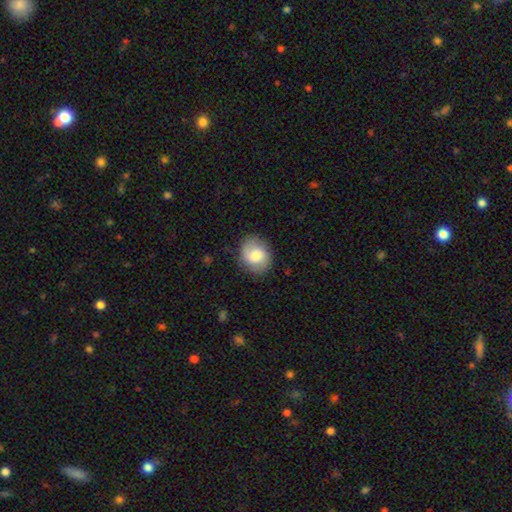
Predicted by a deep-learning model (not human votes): smooth 70%, featured or disk 23%, star or artifact 7%. Down the decision tree: how rounded — round (51%); merging — none (82%).